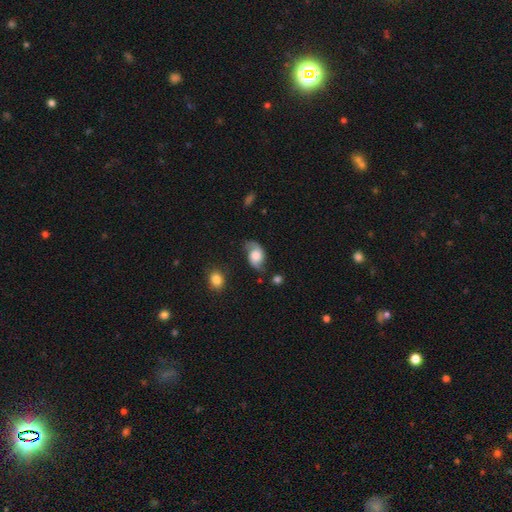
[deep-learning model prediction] smooth_or_featured: featured or disk (p=0.60) [alt: smooth p=0.31]
disk_edge_on: no (p=0.95) [alt: yes p=0.05]
bar: no (p=0.66) [alt: weak p=0.28]
has_spiral_arms: yes (p=0.89) [alt: no p=0.11]
spiral_winding: loose (p=0.54) [alt: medium p=0.34]
spiral_arm_count: 2 (p=0.89) [alt: 1 p=0.04]
bulge_size: large (p=0.50) [alt: moderate p=0.21]
merging: none (p=0.63) [alt: minor disturbance p=0.24]